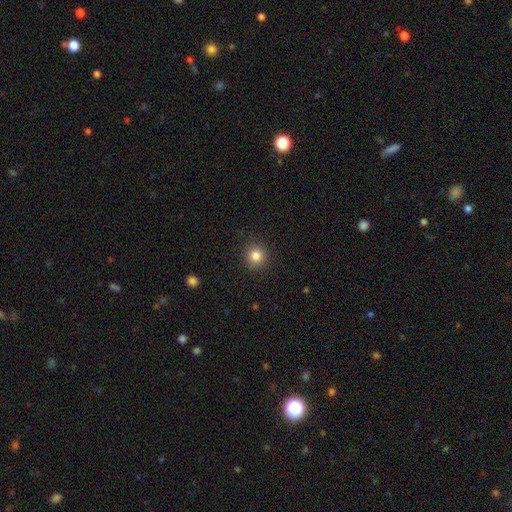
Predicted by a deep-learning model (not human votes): Smooth or featured? smooth (83%)
How rounded? round (93%)
Merging? none (91%)